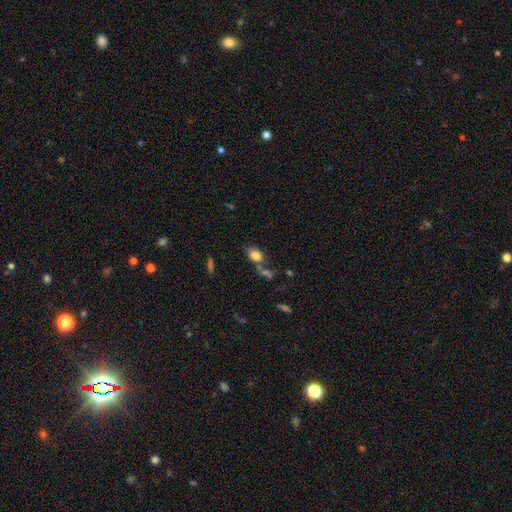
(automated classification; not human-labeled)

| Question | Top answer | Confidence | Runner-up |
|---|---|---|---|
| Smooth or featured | smooth | 82% | star or artifact (10%) |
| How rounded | in between | 83% | round (15%) |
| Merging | none | 59% | merger (18%) |